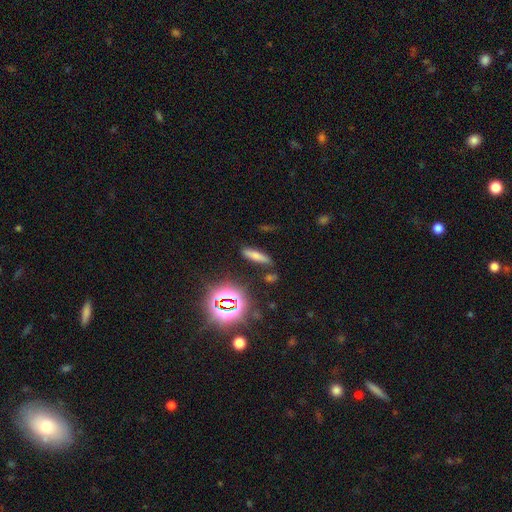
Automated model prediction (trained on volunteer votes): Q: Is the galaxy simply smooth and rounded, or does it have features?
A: smooth — 63%.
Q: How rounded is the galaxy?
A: cigar-shaped — 71%.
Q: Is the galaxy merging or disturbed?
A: none — 83%.